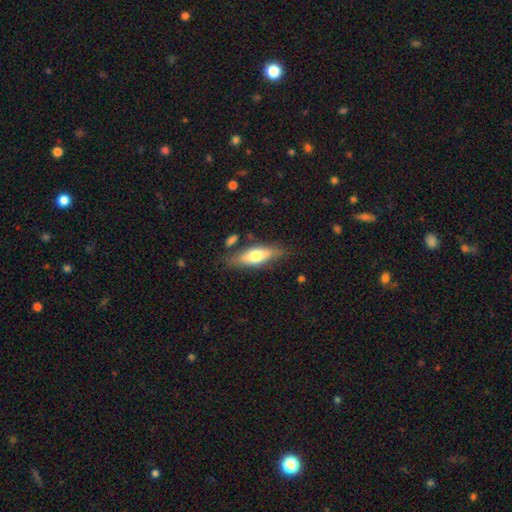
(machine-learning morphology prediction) Overall: smooth (59%; featured or disk 35%). How rounded: in between (57%; cigar-shaped 40%). Merging: none (72%).